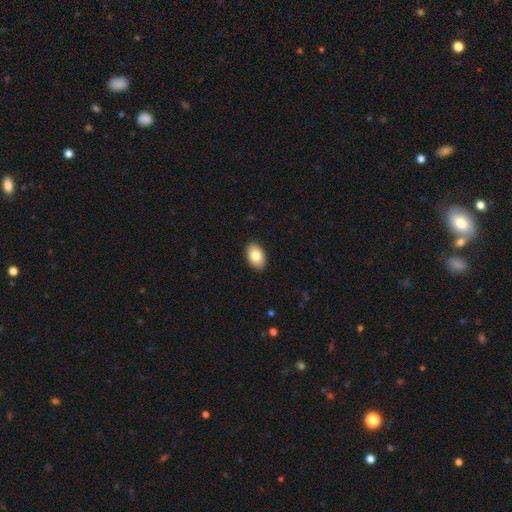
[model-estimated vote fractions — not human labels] Smooth or featured?
  - smooth: 82% *
  - featured or disk: 11%
  - star or artifact: 7%
How rounded?
  - in between: 91% *
  - round: 8%
  - cigar-shaped: 1%
Merging?
  - none: 90% *
  - minor disturbance: 8%
  - major disturbance: 2%
  - merger: 1%